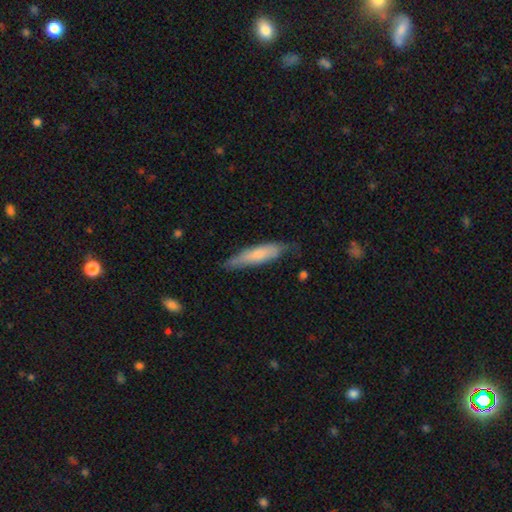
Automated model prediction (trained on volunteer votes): This appears to be a smooth galaxy with no disk features (65%) that is cigar-shaped (80%). Merging: none (71%).